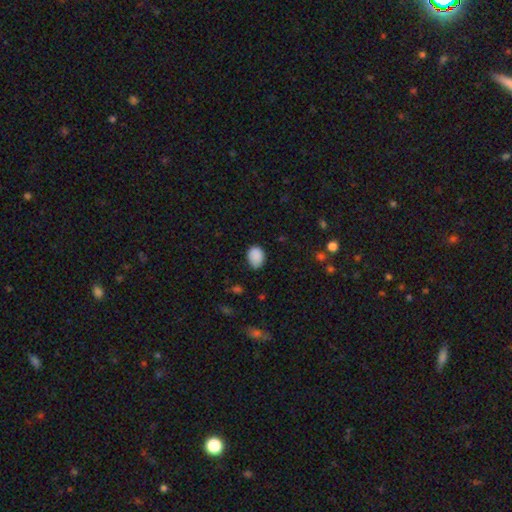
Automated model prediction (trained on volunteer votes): A smooth galaxy with no disk features (88%) that is in between round and cigar-shaped (68%).

Vote fractions:
- Smooth or featured? smooth: 88% / star or artifact: 8% / featured or disk: 4%
- How rounded? in between: 68% / round: 31% / cigar-shaped: 1%
- Merging? none: 71% / minor disturbance: 24% / major disturbance: 4% / merger: 1%